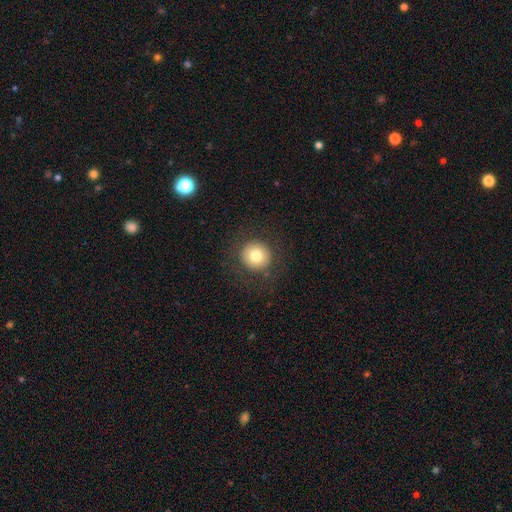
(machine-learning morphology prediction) Smooth or featured? Predicted: smooth (p=0.78). How rounded? Predicted: round (p=0.95). Merging? Predicted: none (p=0.88).